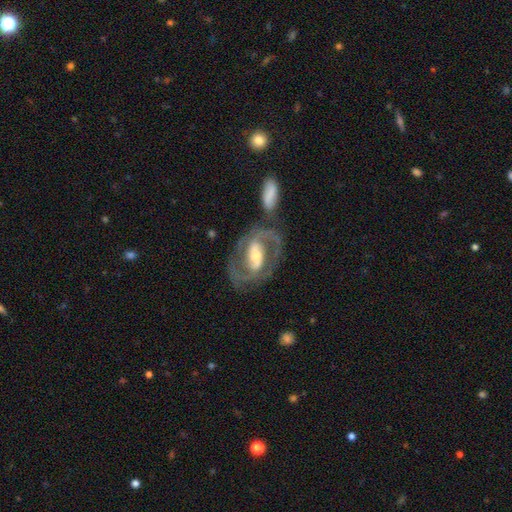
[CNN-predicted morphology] Overall: featured or disk (87%). Edge-on disk: no (96%). Bar: strong (50%; weak 35%). Spiral arms: yes (94%). Spiral arm count: 2 (88%). Spiral winding: medium (56%; tight 31%). Bulge size: moderate (54%; small 32%). Merging: none (69%).